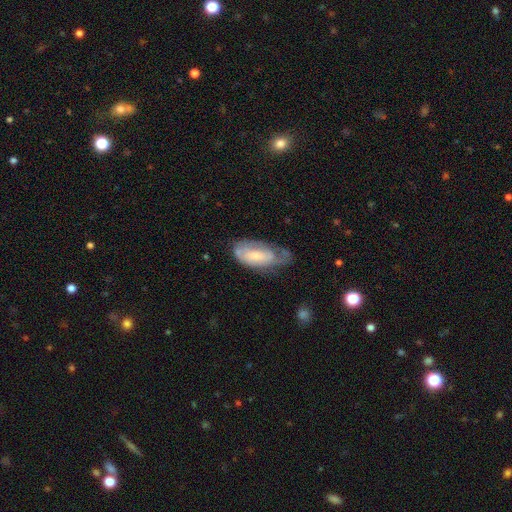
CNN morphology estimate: featured or disk 53%, smooth 41%, star or artifact 6%. Down the decision tree: edge-on disk — no (91%); merging — none (40%).